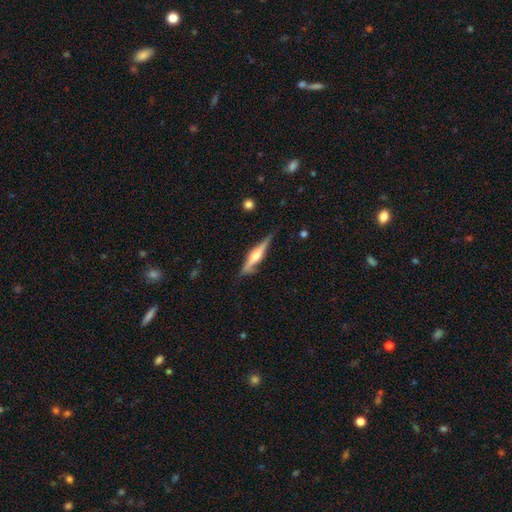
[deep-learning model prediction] featured or disk 67%, smooth 28%, star or artifact 5%. Down the decision tree: edge-on disk — yes (96%); edge-on bulge — rounded (86%); merging — none (80%).